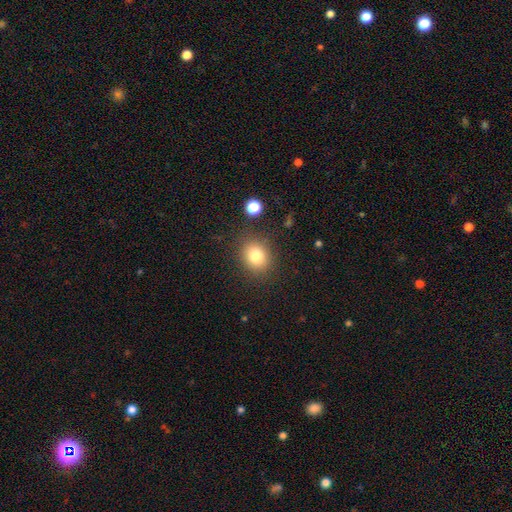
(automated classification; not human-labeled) Smooth or featured?
  - smooth: 80% *
  - star or artifact: 12%
  - featured or disk: 8%
How rounded?
  - round: 70% *
  - in between: 30%
  - cigar-shaped: 1%
Merging?
  - none: 84% *
  - minor disturbance: 10%
  - major disturbance: 4%
  - merger: 3%